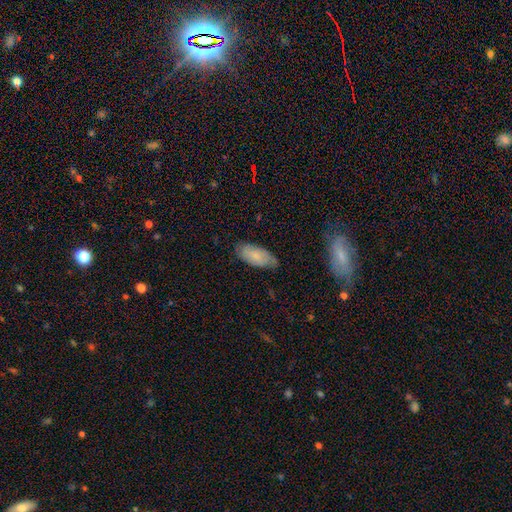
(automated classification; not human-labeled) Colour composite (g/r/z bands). It shows a smooth galaxy with no disk features (71%) that is in between round and cigar-shaped (87%). Merging: none (72%).